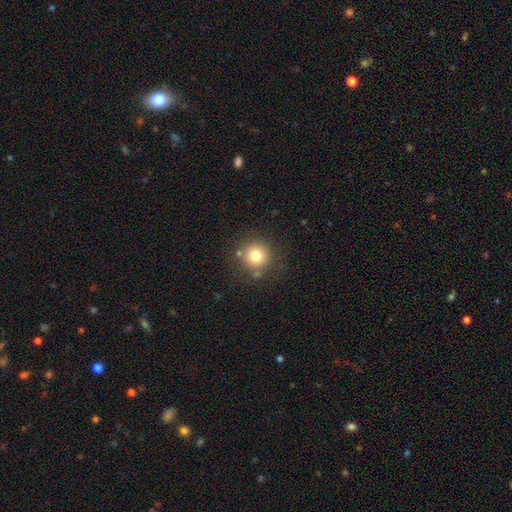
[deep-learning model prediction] A smooth galaxy with no disk features (78%) that is round (94%).

Vote fractions:
- Smooth or featured? smooth: 78% / star or artifact: 13% / featured or disk: 9%
- How rounded? round: 94% / in between: 5% / cigar-shaped: 1%
- Merging? none: 82% / minor disturbance: 10% / merger: 5% / major disturbance: 4%